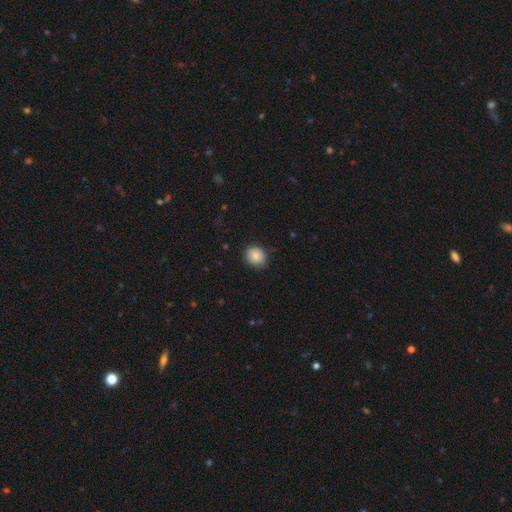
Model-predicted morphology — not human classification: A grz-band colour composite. It shows a smooth galaxy with no disk features (87%) that is round (69%). Merging: none (83%).